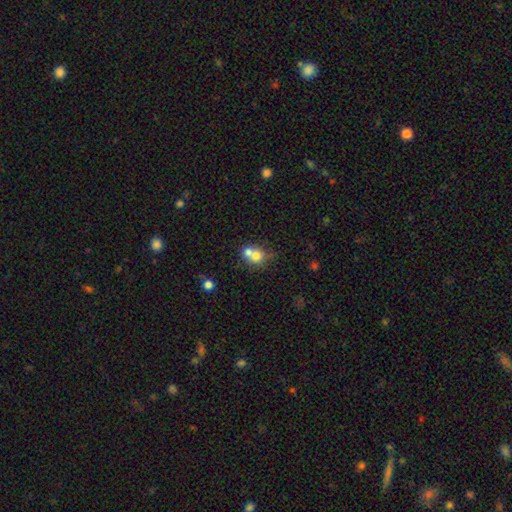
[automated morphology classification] Smooth or featured?
  - smooth: 71% *
  - featured or disk: 18%
  - star or artifact: 11%
How rounded?
  - round: 74% *
  - in between: 25%
  - cigar-shaped: 1%
Merging?
  - merger: 60% *
  - none: 30%
  - minor disturbance: 7%
  - major disturbance: 3%